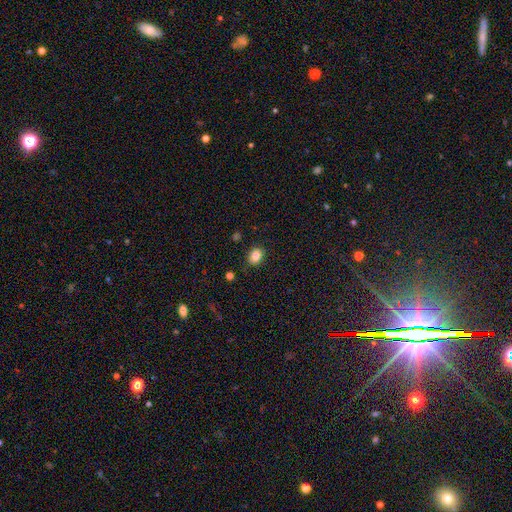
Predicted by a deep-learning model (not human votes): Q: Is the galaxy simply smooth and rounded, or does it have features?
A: smooth — 83%.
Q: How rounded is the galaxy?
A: in between — 62%.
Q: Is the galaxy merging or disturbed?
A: none — 84%.